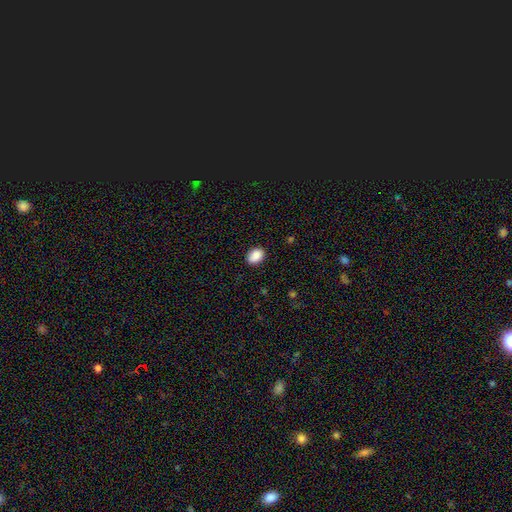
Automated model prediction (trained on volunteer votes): A smooth galaxy with no disk features (88%) that is in between round and cigar-shaped (70%). Merging: none (86%).